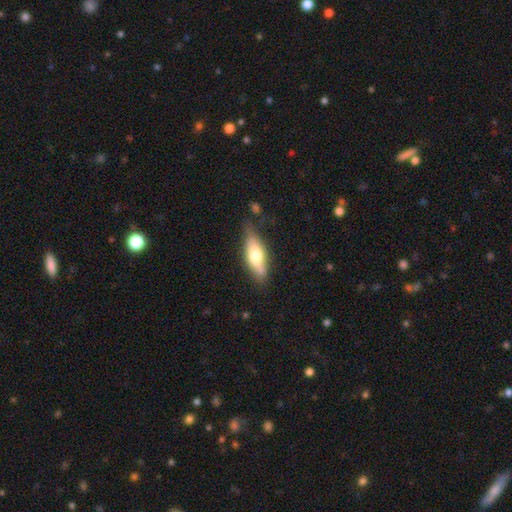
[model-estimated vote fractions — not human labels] Smooth or featured: smooth — 59% (featured or disk — 35%)
How rounded: in between — 63% (cigar-shaped — 35%)
Merging: none — 60% (minor disturbance — 27%)